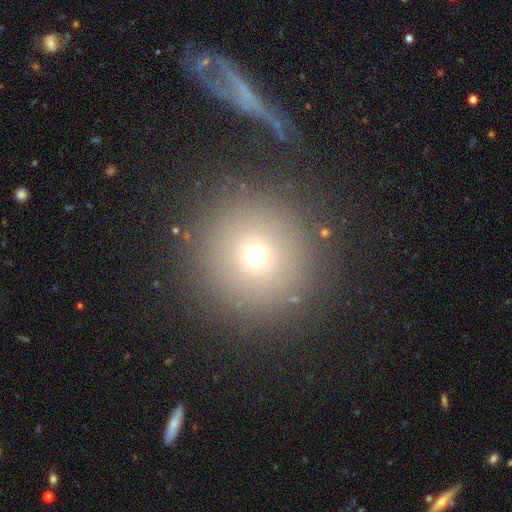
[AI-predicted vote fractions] The model was most divided on "smooth or featured": smooth: 68%, star or artifact: 22%, featured or disk: 11%. More confident: how rounded — round (96%); merging — none (88%).